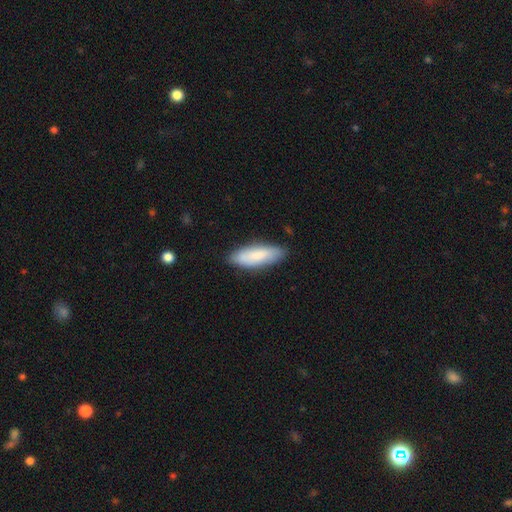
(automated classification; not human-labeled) A smooth galaxy with no disk features (82%) that is in between round and cigar-shaped (63%).

Vote fractions:
- Smooth or featured? smooth: 82% / featured or disk: 13% / star or artifact: 5%
- How rounded? in between: 63% / cigar-shaped: 36% / round: 2%
- Merging? none: 82% / minor disturbance: 15% / major disturbance: 3% / merger: 1%